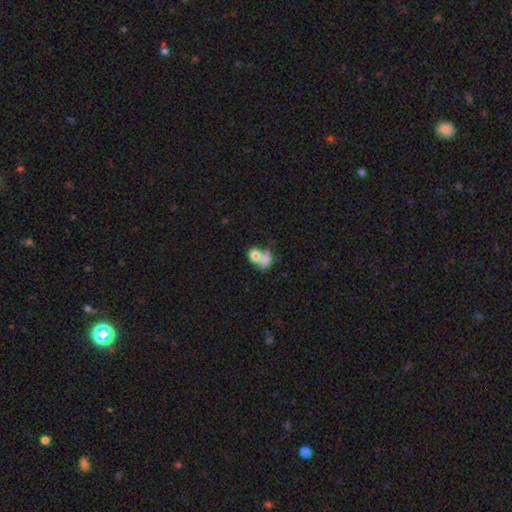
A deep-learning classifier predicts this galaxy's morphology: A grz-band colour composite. It shows a smooth galaxy with no disk features (78%) that is in between round and cigar-shaped (60%). Merging: merger (65%).